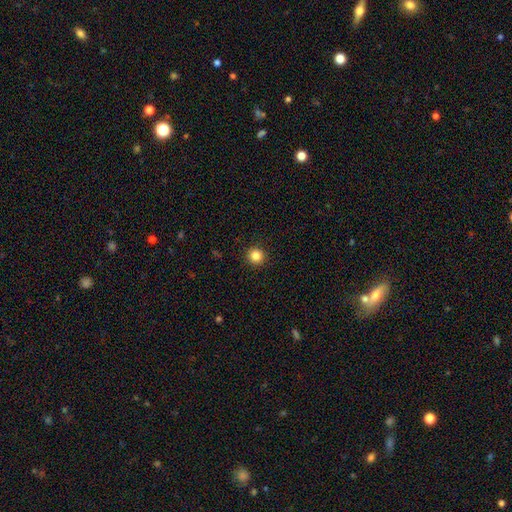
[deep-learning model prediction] This appears to be a smooth galaxy with no disk features (85%) that is round (95%). Merging: none (93%).